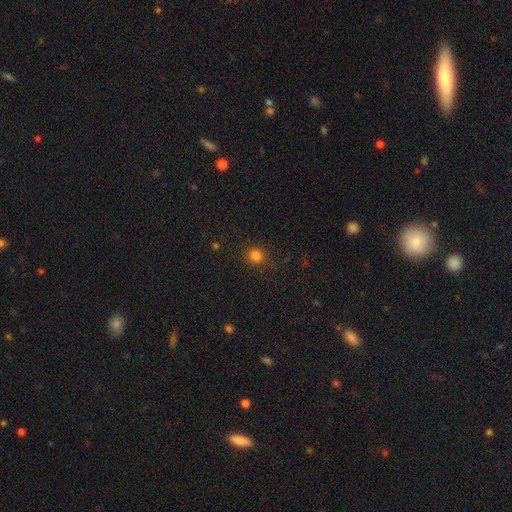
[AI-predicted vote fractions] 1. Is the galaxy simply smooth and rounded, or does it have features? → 81% smooth, 15% star or artifact, 4% featured or disk.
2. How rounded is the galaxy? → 90% round, 9% in between, 1% cigar-shaped.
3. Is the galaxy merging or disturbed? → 87% none, 9% minor disturbance, 3% major disturbance, 1% merger.